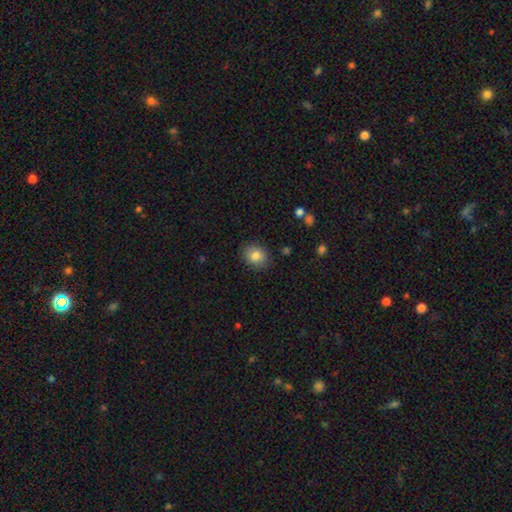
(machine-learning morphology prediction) A smooth galaxy with no disk features (82%) that is round (60%).

Vote fractions:
- Smooth or featured? smooth: 82% / star or artifact: 10% / featured or disk: 8%
- How rounded? round: 60% / in between: 39% / cigar-shaped: 1%
- Merging? none: 87% / minor disturbance: 9% / major disturbance: 2% / merger: 1%